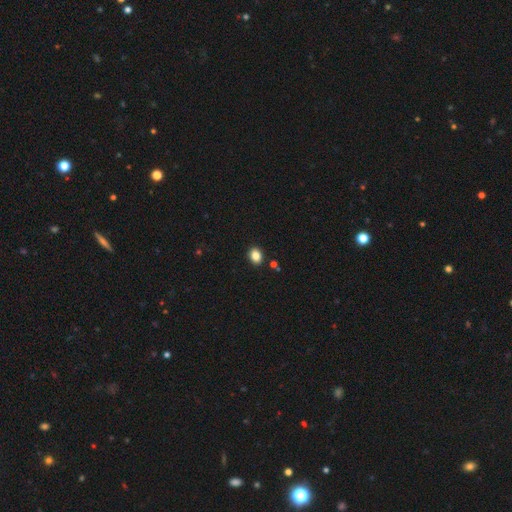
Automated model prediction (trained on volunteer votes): smooth-or-featured: smooth: 85% | star or artifact: 10% | featured or disk: 5%
  how-rounded: in between: 56% | round: 43% | cigar-shaped: 1%
  merging: none: 89% | minor disturbance: 7% | merger: 2% | major disturbance: 2%